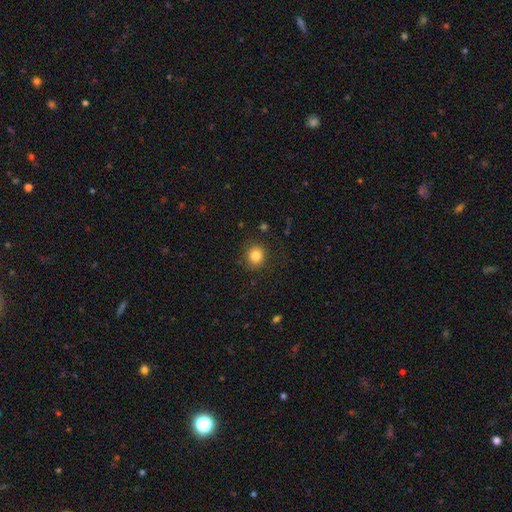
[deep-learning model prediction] Smooth or featured: smooth — 83% (star or artifact — 11%)
How rounded: round — 87% (in between — 12%)
Merging: none — 88% (minor disturbance — 8%)